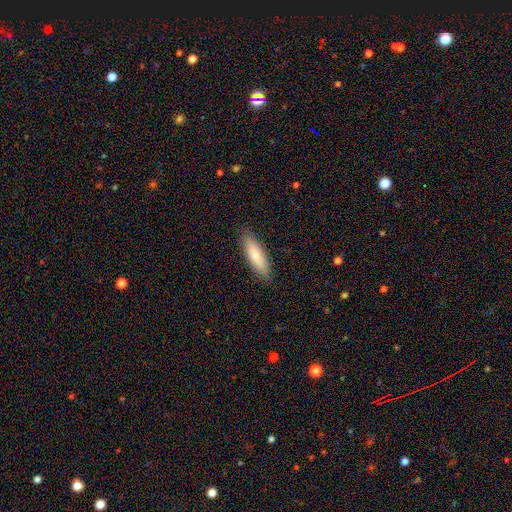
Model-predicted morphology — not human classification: This appears to be a smooth galaxy with no disk features (76%) that is cigar-shaped (61%). Merging: none (89%).